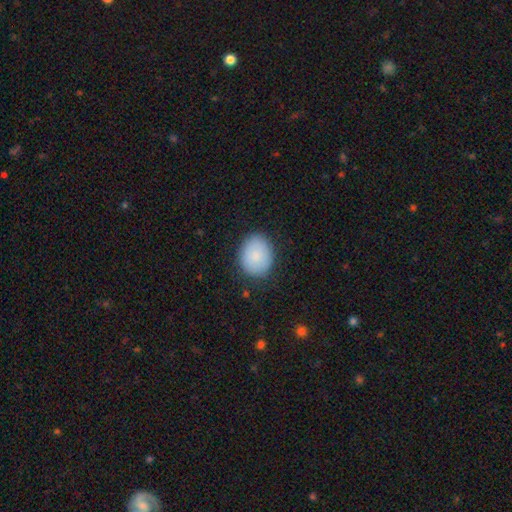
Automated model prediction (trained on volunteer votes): Smooth or featured: smooth — 86% (featured or disk — 7%)
How rounded: round — 52% (in between — 47%)
Merging: none — 84% (minor disturbance — 12%)